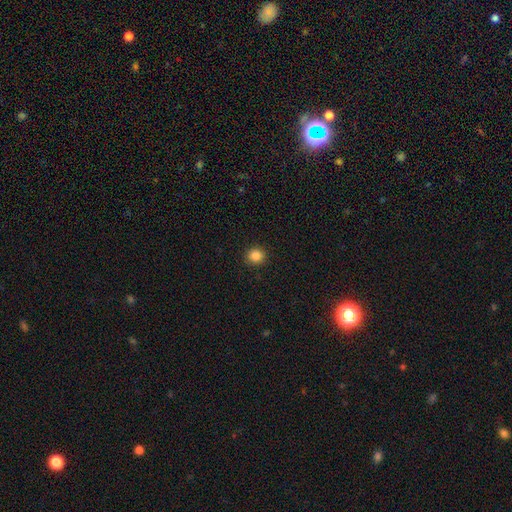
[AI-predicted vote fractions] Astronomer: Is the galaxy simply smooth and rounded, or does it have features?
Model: smooth — 86%.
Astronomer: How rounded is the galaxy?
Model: round — 88%.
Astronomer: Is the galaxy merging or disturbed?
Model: none — 92%.